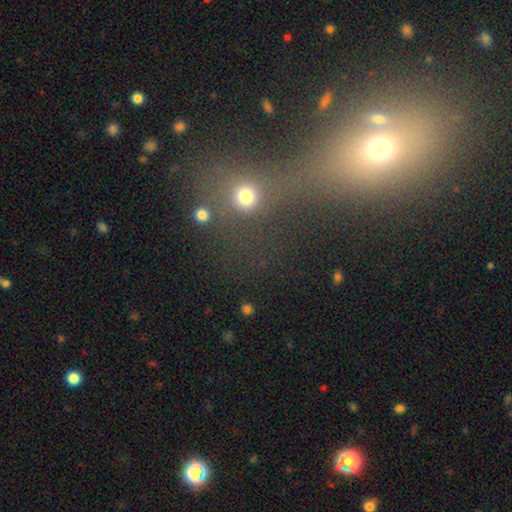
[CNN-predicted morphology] Smooth or featured: smooth — 46% (star or artifact — 39%)
Merging: merger — 55% (none — 29%)